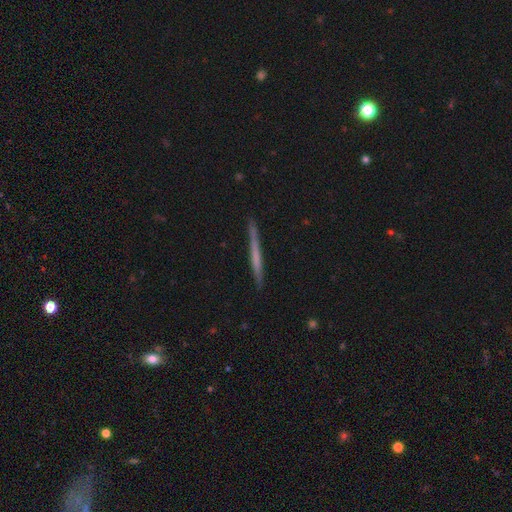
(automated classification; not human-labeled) A featured or disk galaxy (49%). Merging: none (89%).